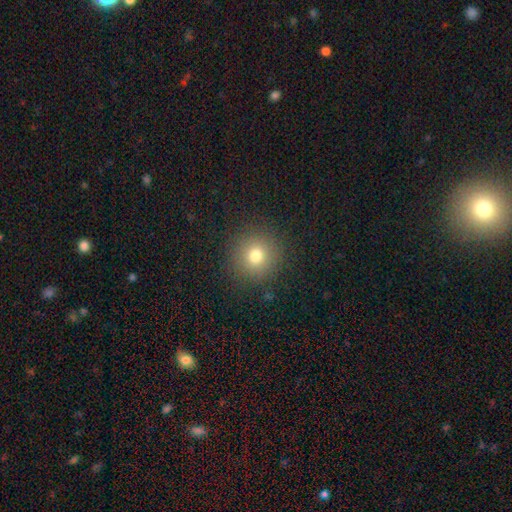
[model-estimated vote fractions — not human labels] This appears to be a smooth galaxy with no disk features (76%) that is round (94%). Merging: none (90%).